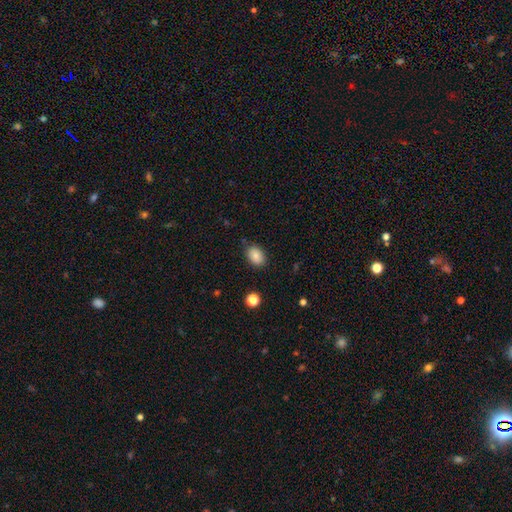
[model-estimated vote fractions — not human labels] smooth-or-featured: smooth: 85% | star or artifact: 9% | featured or disk: 7%
  how-rounded: in between: 74% | round: 25% | cigar-shaped: 1%
  merging: none: 84% | minor disturbance: 12% | major disturbance: 3% | merger: 2%